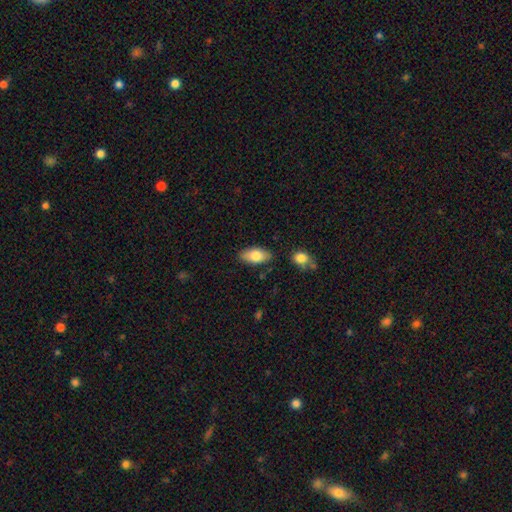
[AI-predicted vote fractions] Smooth or featured? Predicted: smooth (p=0.80). How rounded? Predicted: in between (p=0.91). Merging? Predicted: none (p=0.83).